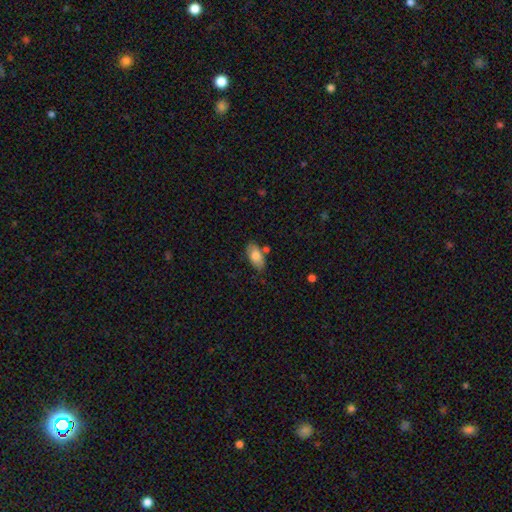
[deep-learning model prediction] This is likely a smooth galaxy (80%). How rounded: clearly in between (92%). Merging: likely none (72%).